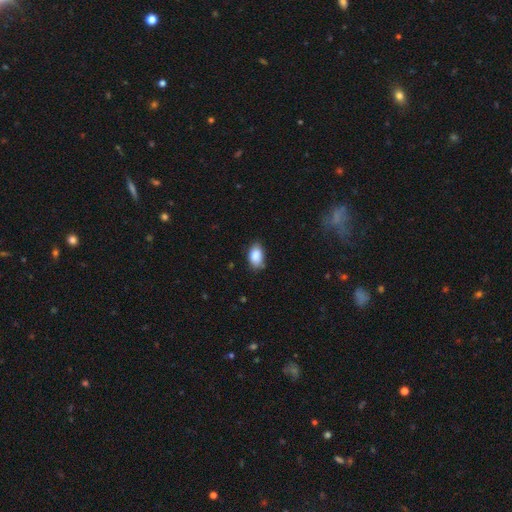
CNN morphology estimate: A smooth galaxy with no disk features (87%) that is in between round and cigar-shaped (90%).

Vote fractions:
- Smooth or featured? smooth: 87% / star or artifact: 7% / featured or disk: 5%
- How rounded? in between: 90% / round: 8% / cigar-shaped: 2%
- Merging? none: 69% / minor disturbance: 25% / major disturbance: 4% / merger: 2%